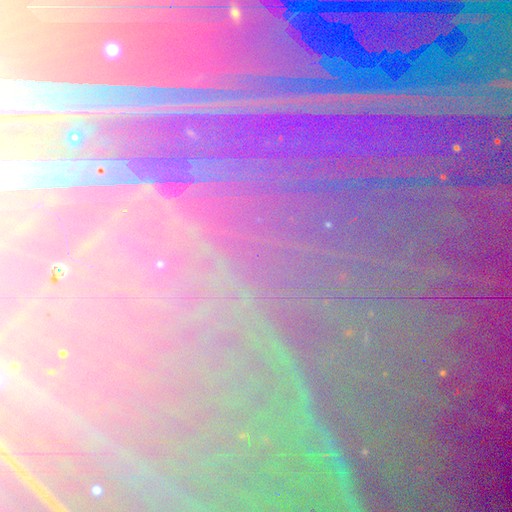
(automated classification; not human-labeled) Smooth or featured? star or artifact (82%)